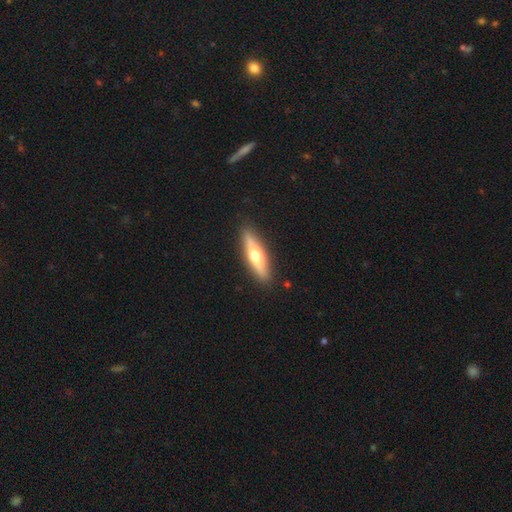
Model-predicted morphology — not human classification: Smooth or featured? Predicted: featured or disk (p=0.52). Edge-on disk? Predicted: yes (p=0.91). Merging? Predicted: none (p=0.90).